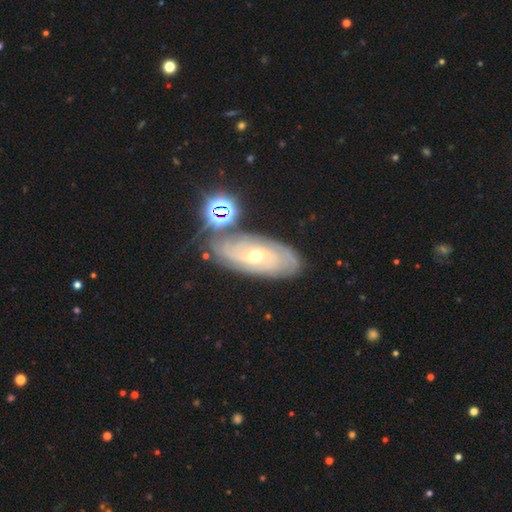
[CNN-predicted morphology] smooth-or-featured: featured or disk: 80% | smooth: 11% | star or artifact: 9%
  disk-edge-on: no: 92% | yes: 8%
    bar: no: 56% | weak: 34% | strong: 10%
    has-spiral-arms: yes: 95% | no: 5%
      spiral-winding: tight: 70% | medium: 24% | loose: 6%
      spiral-arm-count: can't tell: 37% | 2: 23% | 3: 17% | 4: 12% | more than 4: 6% | 1: 5%
    bulge-size: small: 52% | moderate: 45% | large: 1% | none: 1% | dominant: 1%
  merging: none: 75% | minor disturbance: 15% | merger: 6% | major disturbance: 4%